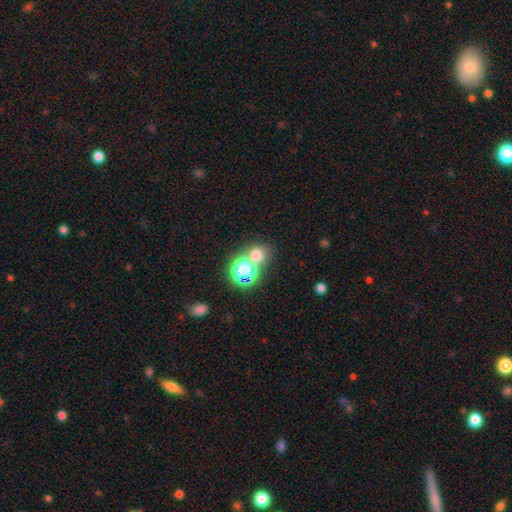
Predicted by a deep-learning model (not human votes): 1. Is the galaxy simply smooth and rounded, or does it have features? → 62% smooth, 30% star or artifact, 8% featured or disk.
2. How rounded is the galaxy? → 78% round, 21% in between, 1% cigar-shaped.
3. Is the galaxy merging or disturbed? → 58% none, 31% merger, 7% minor disturbance, 4% major disturbance.